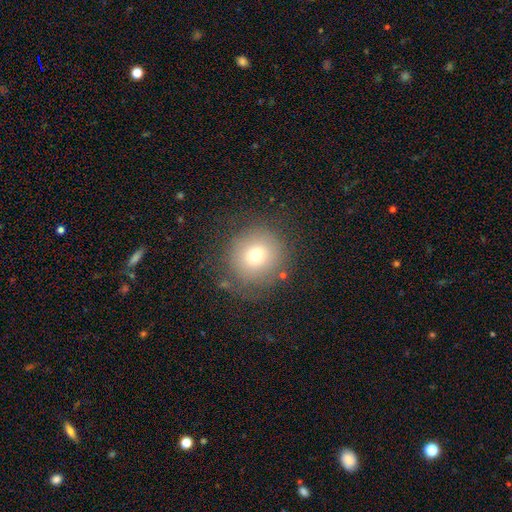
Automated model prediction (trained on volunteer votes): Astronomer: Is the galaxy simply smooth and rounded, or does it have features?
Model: smooth — 70%.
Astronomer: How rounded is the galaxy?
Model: round — 94%.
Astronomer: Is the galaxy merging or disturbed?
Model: none — 78%.